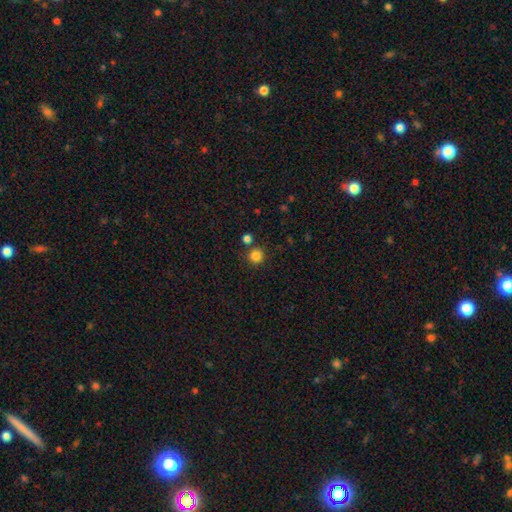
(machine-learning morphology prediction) Smooth or featured? Predicted: smooth (p=0.84). How rounded? Predicted: round (p=0.94). Merging? Predicted: none (p=0.82).